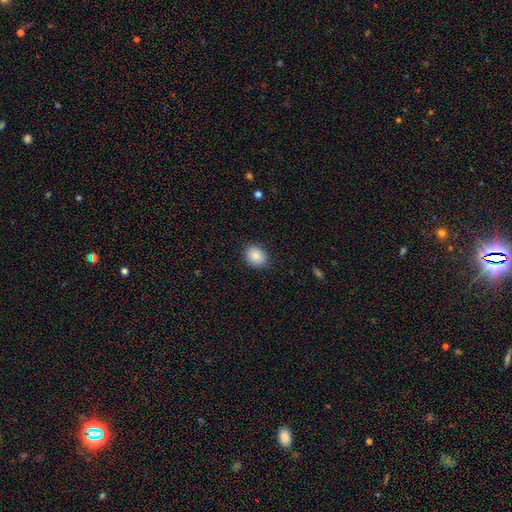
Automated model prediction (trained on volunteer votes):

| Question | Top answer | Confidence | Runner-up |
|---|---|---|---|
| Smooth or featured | smooth | 87% | star or artifact (8%) |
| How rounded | in between | 50% | round (49%) |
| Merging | none | 84% | minor disturbance (12%) |